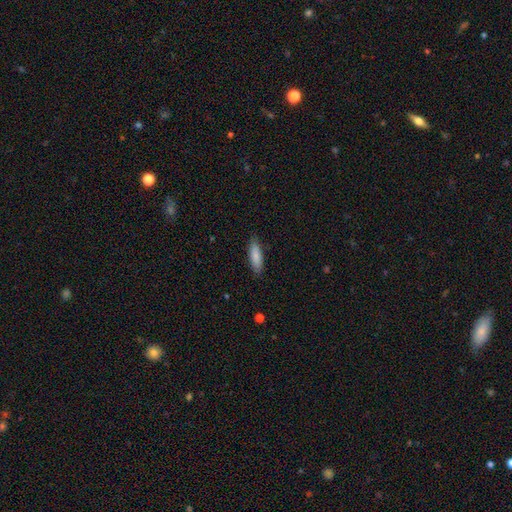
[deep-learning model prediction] smooth_or_featured: smooth (p=0.86) [alt: featured or disk p=0.09]
how_rounded: cigar-shaped (p=0.57) [alt: in between p=0.41]
merging: none (p=0.86) [alt: minor disturbance p=0.11]